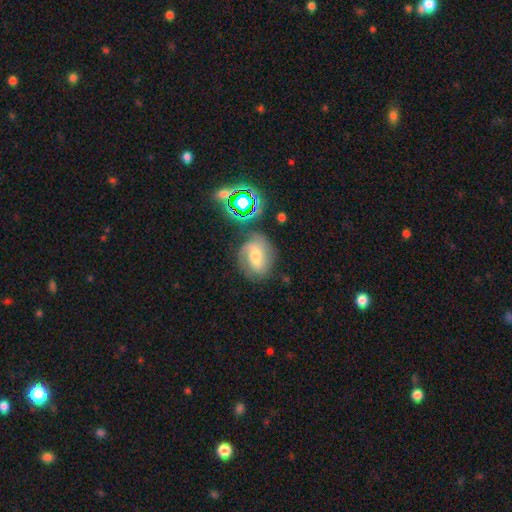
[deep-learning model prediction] Smooth or featured? Predicted: featured or disk (p=0.59). Edge-on disk? Predicted: no (p=0.96). Bar? Predicted: weak (p=0.43). Spiral arms? Predicted: yes (p=0.88). Bulge size? Predicted: moderate (p=0.53). Merging? Predicted: none (p=0.66).